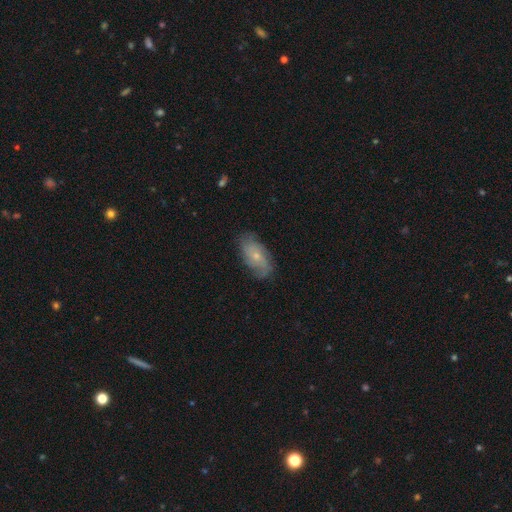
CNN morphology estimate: Smooth or featured?
  - featured or disk: 56% *
  - smooth: 36%
  - star or artifact: 8%
Edge-on disk?
  - no: 92% *
  - yes: 8%
Bar?
  - no: 76% *
  - weak: 21%
  - strong: 3%
Spiral arms?
  - yes: 82% *
  - no: 18%
Bulge size?
  - small: 67% *
  - moderate: 28%
  - none: 2%
  - large: 1%
  - dominant: 1%
Merging?
  - none: 73% *
  - minor disturbance: 20%
  - major disturbance: 5%
  - merger: 1%